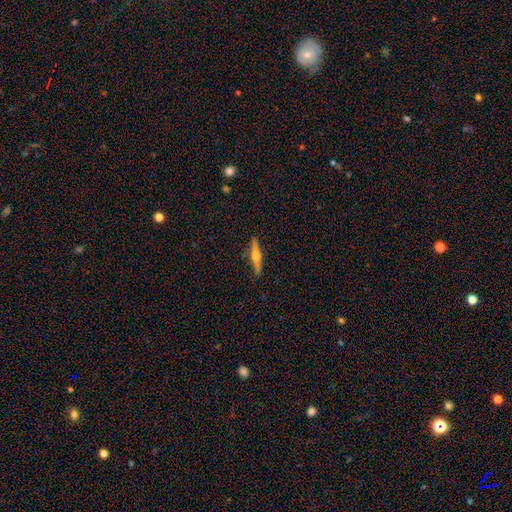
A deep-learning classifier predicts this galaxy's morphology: Smooth or featured? featured or disk (64%)
Edge-on disk? yes (96%)
Edge-on bulge? rounded (92%)
Merging? none (87%)